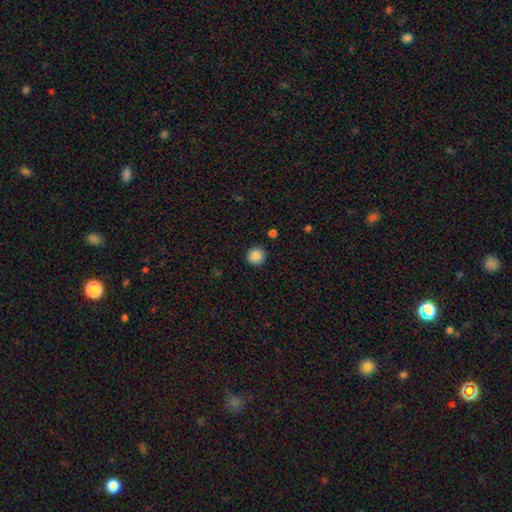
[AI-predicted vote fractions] Overall: smooth (87%). How rounded: round (92%). Merging: none (91%).